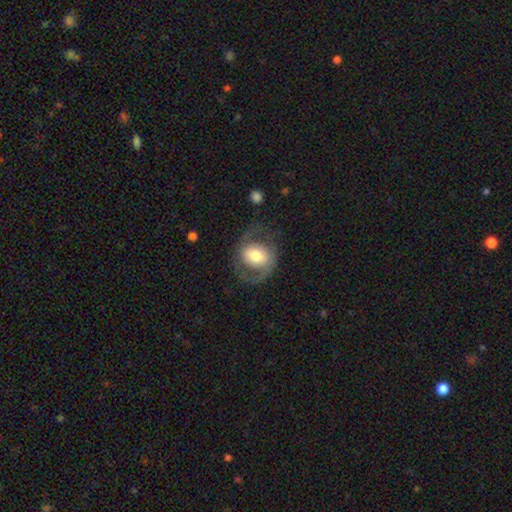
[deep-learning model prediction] Overall: featured or disk (60%; smooth 34%). Edge-on disk: no (96%). Bar: no (52%; weak 32%). Spiral arms: yes (70%). Bulge size: moderate (58%; large 28%). Merging: none (67%).